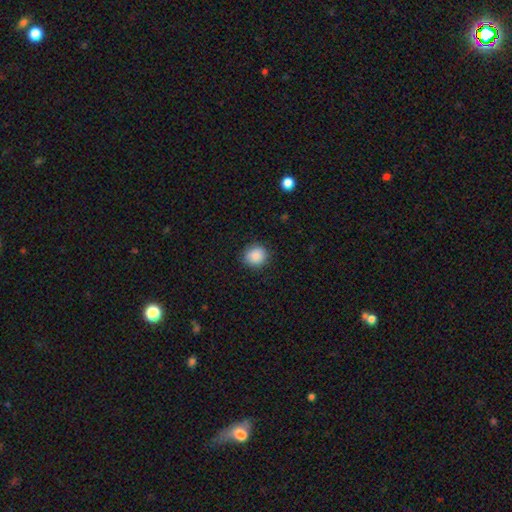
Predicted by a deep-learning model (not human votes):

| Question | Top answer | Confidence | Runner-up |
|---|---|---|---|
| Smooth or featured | smooth | 88% | star or artifact (8%) |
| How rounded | round | 86% | in between (13%) |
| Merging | none | 88% | minor disturbance (8%) |